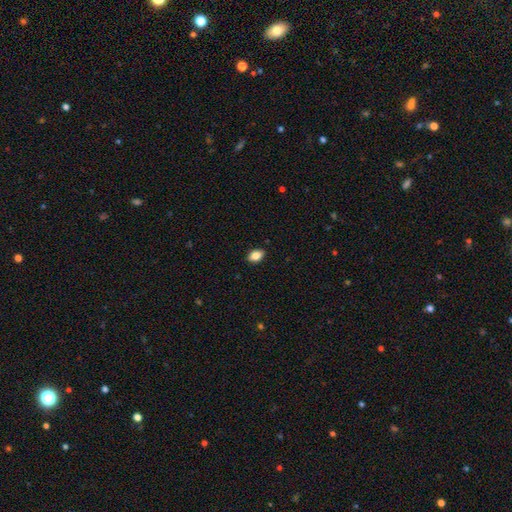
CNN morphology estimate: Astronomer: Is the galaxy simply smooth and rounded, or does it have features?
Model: smooth — 81%.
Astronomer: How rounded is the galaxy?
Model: in between — 85%.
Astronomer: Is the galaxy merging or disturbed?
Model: none — 87%.